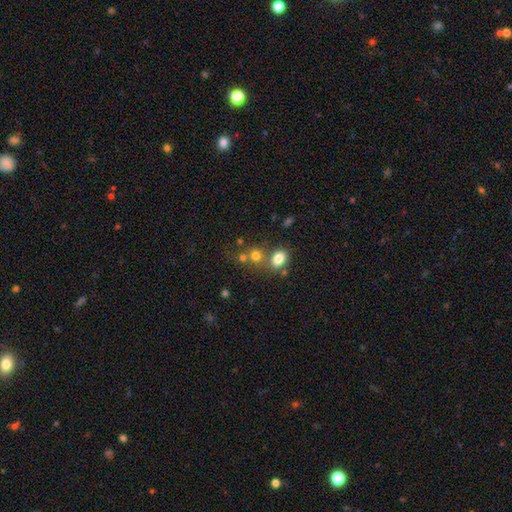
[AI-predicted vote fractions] Smooth or featured: smooth — 75% (star or artifact — 14%)
How rounded: round — 60% (in between — 39%)
Merging: none — 53% (merger — 33%)